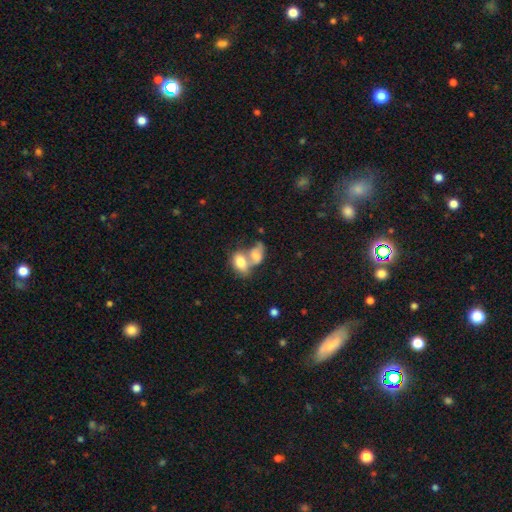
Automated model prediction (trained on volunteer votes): Overall: smooth (69%). How rounded: in between (83%). Merging: merger (74%).